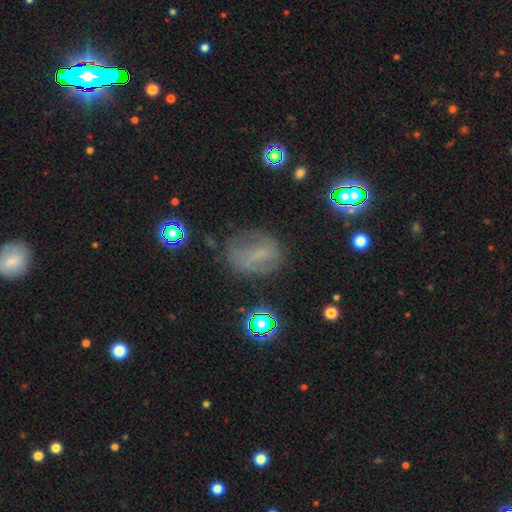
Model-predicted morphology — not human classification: Smooth or featured? smooth (38%)
Merging? none (63%)